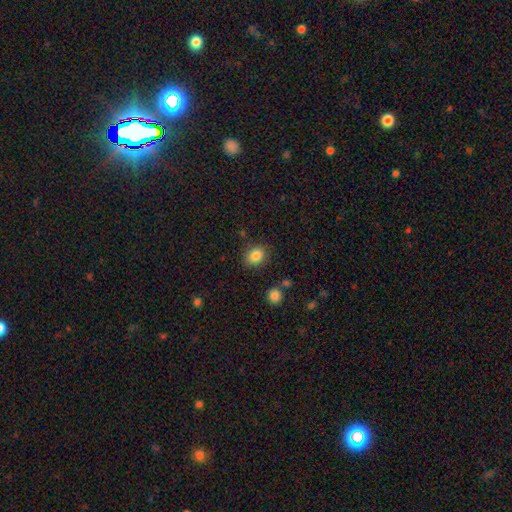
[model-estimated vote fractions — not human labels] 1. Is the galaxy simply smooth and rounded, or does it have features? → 84% smooth, 10% star or artifact, 6% featured or disk.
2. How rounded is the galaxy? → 55% round, 44% in between, 1% cigar-shaped.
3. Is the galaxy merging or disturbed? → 83% none, 11% minor disturbance, 3% major disturbance, 3% merger.